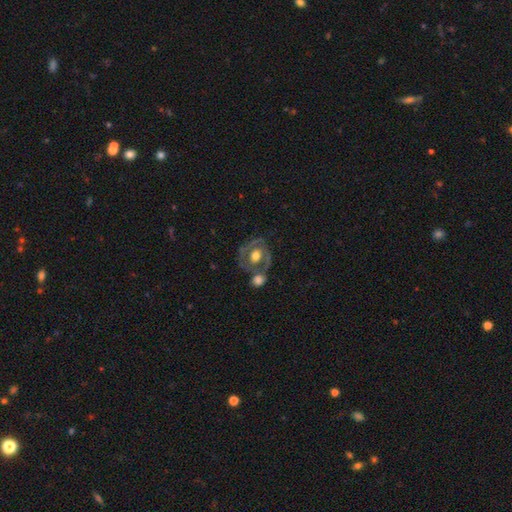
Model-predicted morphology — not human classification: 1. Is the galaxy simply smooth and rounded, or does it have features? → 68% featured or disk, 25% smooth, 6% star or artifact.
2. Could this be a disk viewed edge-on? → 96% no, 4% yes.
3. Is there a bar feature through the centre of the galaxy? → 69% no, 23% weak, 8% strong.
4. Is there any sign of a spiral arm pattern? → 61% yes, 39% no.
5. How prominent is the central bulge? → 65% moderate, 24% large, 7% small, 2% dominant, 2% none.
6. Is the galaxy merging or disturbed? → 47% none, 26% merger, 16% minor disturbance, 10% major disturbance.